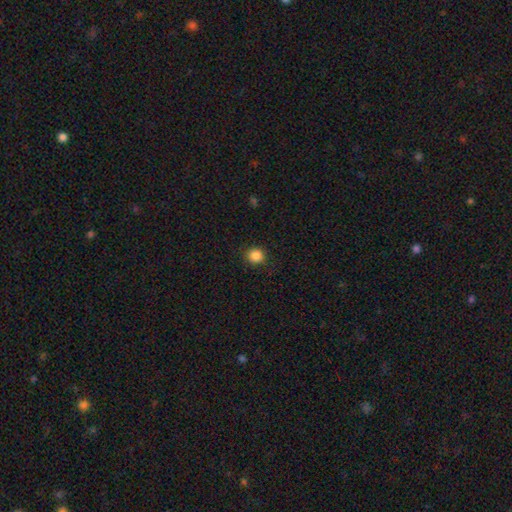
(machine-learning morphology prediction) This is clearly a smooth galaxy (86%). How rounded: clearly round (89%). Merging: clearly none (90%).